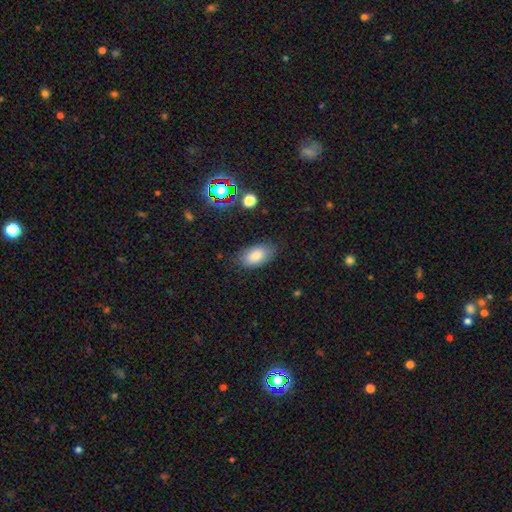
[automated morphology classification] smooth_or_featured: smooth (p=0.83) [alt: featured or disk p=0.08]
how_rounded: in between (p=0.94) [alt: round p=0.04]
merging: none (p=0.80) [alt: minor disturbance p=0.15]